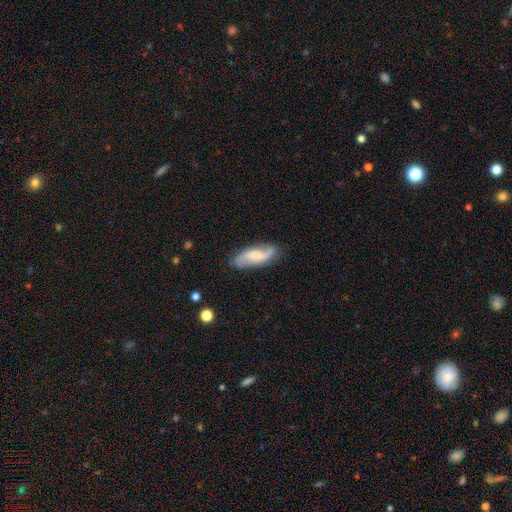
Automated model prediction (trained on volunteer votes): A featured or disk galaxy (62%) with a weak bar (45%), 2 (84%) loose (59%) spiral arms (93%) and no central bulge (33%). Merging: none (74%).